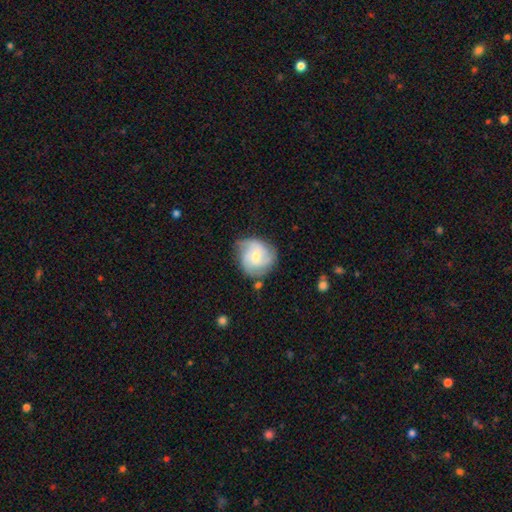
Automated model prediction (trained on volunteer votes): This is likely a featured or disk galaxy (68%). It is clearly not viewed edge-on (98%). Bar: possibly no (55%). Spiral arm pattern: clearly yes (93%). Spiral arm count: possibly 3 (48%). Spiral winding: marginally medium (44%). Central bulge: possibly small (47%). Merging: likely none (68%).